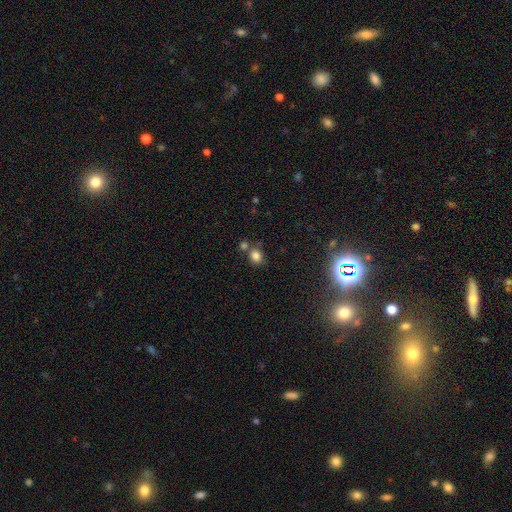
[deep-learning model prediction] A smooth galaxy with no disk features (81%) that is round (68%). Merging: none (61%).